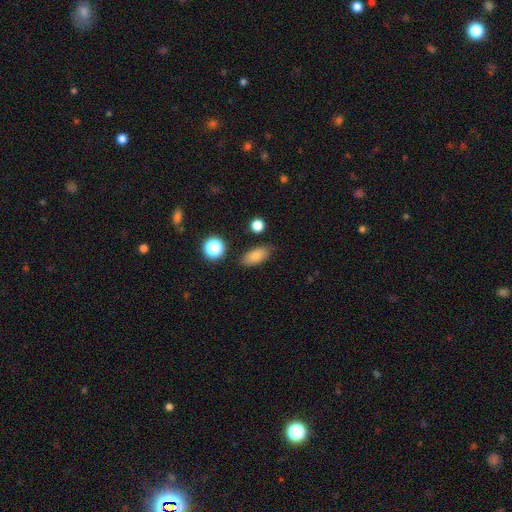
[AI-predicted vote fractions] This appears to be a smooth galaxy with no disk features (80%) that is in between round and cigar-shaped (84%). Merging: none (84%).